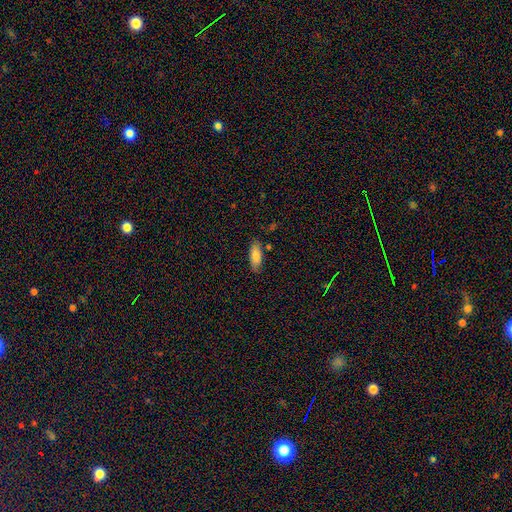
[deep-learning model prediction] A smooth galaxy with no disk features (80%) that is in between round and cigar-shaped (74%).

Vote fractions:
- Smooth or featured? smooth: 80% / featured or disk: 13% / star or artifact: 7%
- How rounded? in between: 74% / cigar-shaped: 24% / round: 2%
- Merging? none: 81% / minor disturbance: 14% / merger: 3% / major disturbance: 2%